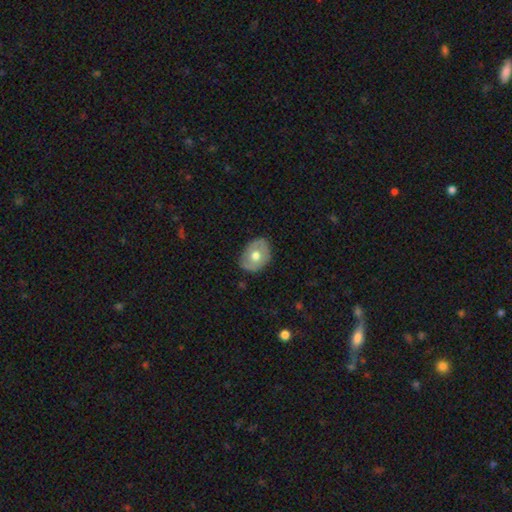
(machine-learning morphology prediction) This appears to be a smooth galaxy with no disk features (52%) that is in between round and cigar-shaped (64%). Merging: none (78%).